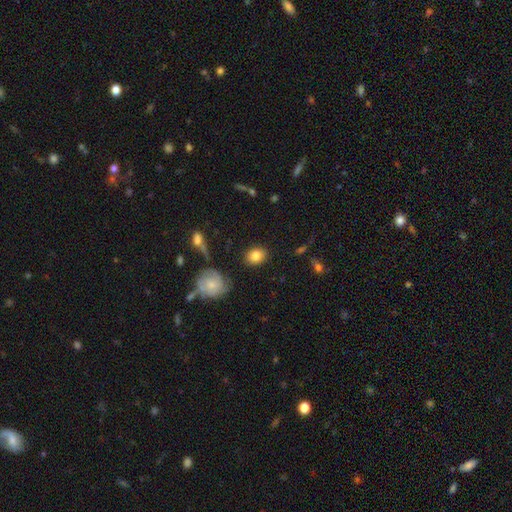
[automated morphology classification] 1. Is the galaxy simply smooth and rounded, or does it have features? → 81% smooth, 11% featured or disk, 8% star or artifact.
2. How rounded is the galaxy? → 54% in between, 45% round, 1% cigar-shaped.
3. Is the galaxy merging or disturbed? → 86% none, 9% minor disturbance, 3% major disturbance, 2% merger.